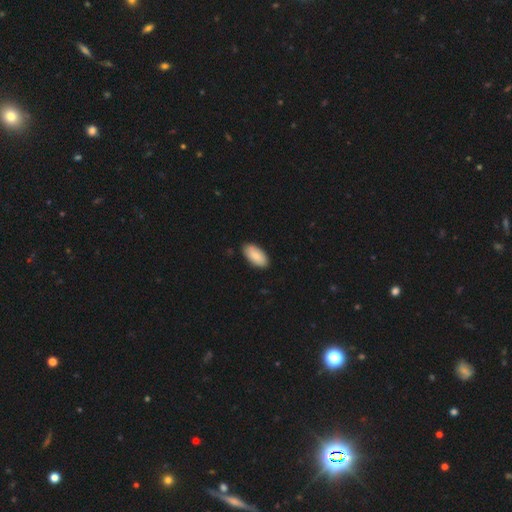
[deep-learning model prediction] Smooth or featured: smooth — 90% (star or artifact — 5%)
How rounded: in between — 94% (cigar-shaped — 4%)
Merging: none — 88% (minor disturbance — 10%)